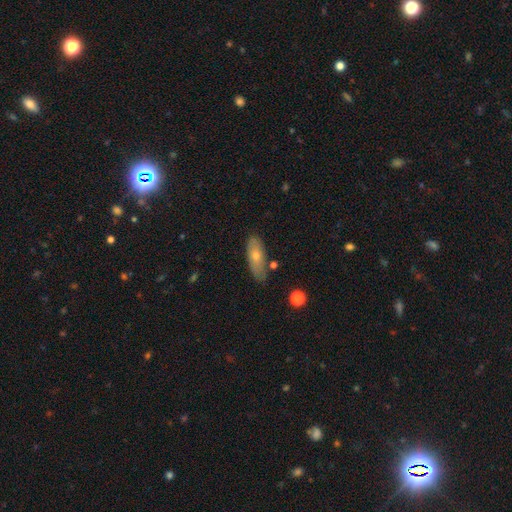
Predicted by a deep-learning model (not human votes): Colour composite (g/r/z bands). It shows a smooth galaxy with no disk features (59%) that is in between round and cigar-shaped (61%). Merging: none (78%).